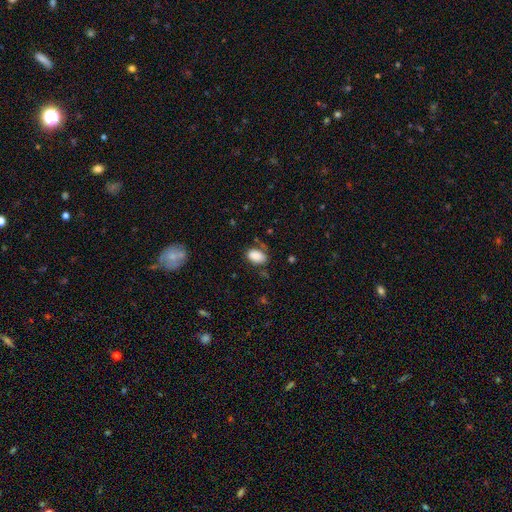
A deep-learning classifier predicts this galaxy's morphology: This is clearly a smooth galaxy (87%). How rounded: clearly in between (89%). Merging: likely none (67%).